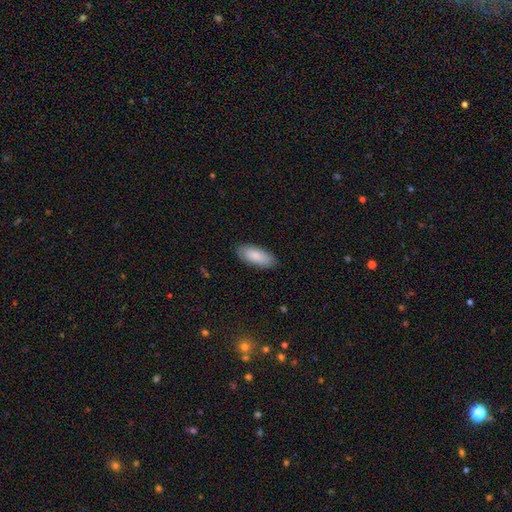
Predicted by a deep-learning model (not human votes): A smooth galaxy with no disk features (86%) that is in between round and cigar-shaped (84%). Merging: none (87%).